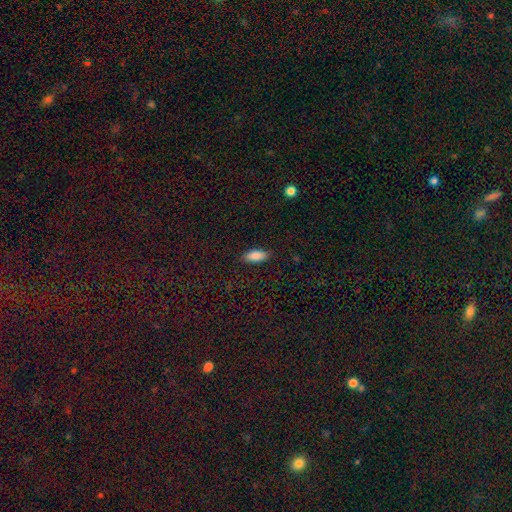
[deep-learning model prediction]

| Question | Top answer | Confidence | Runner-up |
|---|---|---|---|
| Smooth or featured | smooth | 85% | featured or disk (7%) |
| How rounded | in between | 83% | cigar-shaped (15%) |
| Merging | none | 86% | minor disturbance (10%) |